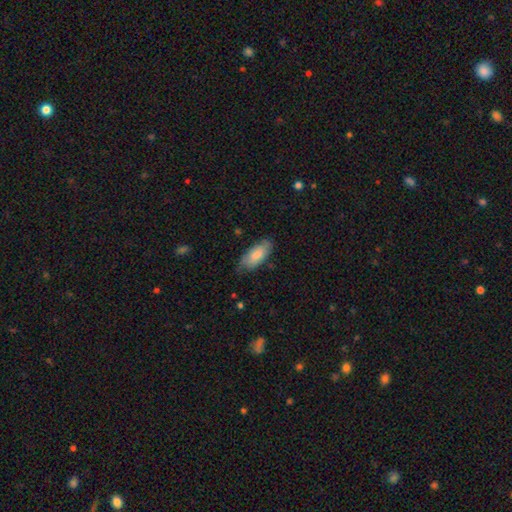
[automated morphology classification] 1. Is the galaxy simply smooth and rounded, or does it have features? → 77% smooth, 17% featured or disk, 6% star or artifact.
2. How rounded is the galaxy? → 85% in between, 13% cigar-shaped, 2% round.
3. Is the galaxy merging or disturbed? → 71% none, 24% minor disturbance, 4% major disturbance, 1% merger.